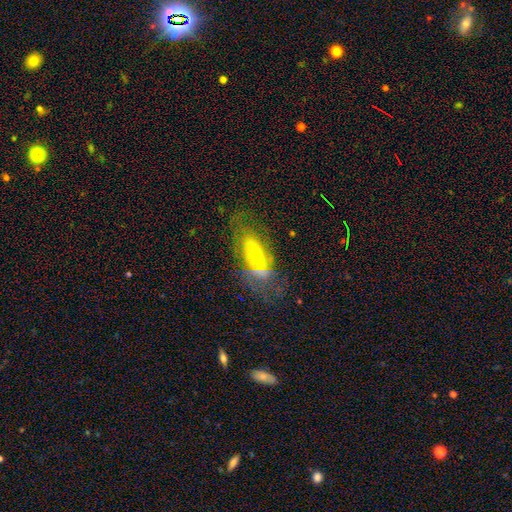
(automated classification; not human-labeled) A featured or disk galaxy (54%).

Vote fractions:
- Smooth or featured? featured or disk: 54% / smooth: 34% / star or artifact: 12%
- Edge-on disk? no: 85% / yes: 15%
- Merging? none: 49% / minor disturbance: 23% / major disturbance: 18% / merger: 11%